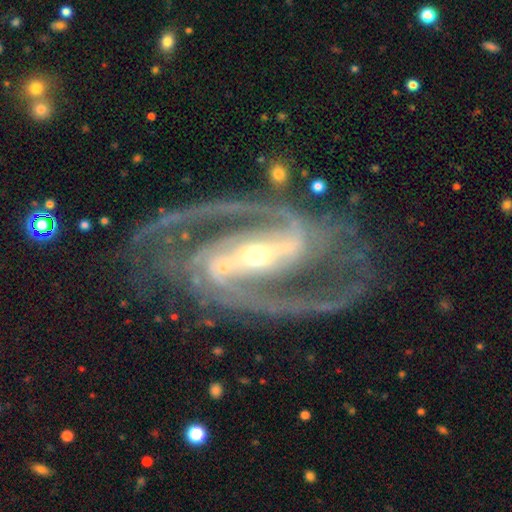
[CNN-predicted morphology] type=featured or disk (94%); edge-on=no (97%); bar=strong (79%); spiral arms=yes (98%); winding=medium (57%); arm count=2 (80%); bulge=small (48%); merging=none (63%).